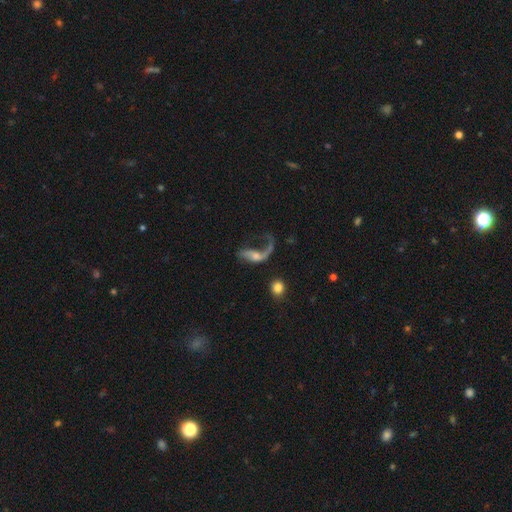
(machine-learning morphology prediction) Smooth or featured? Predicted: featured or disk (p=0.71). Edge-on disk? Predicted: no (p=0.90). Bar? Predicted: no (p=0.60). Spiral arms? Predicted: yes (p=0.80). Spiral winding? Predicted: loose (p=0.86). Spiral arm count? Predicted: 1 (p=0.57). Bulge size? Predicted: small (p=0.51). Merging? Predicted: major disturbance (p=0.50).